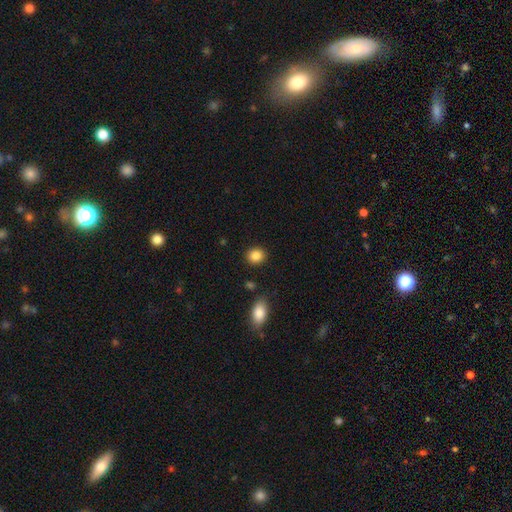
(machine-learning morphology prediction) A smooth galaxy with no disk features (87%) that is round (78%). Merging: none (89%).